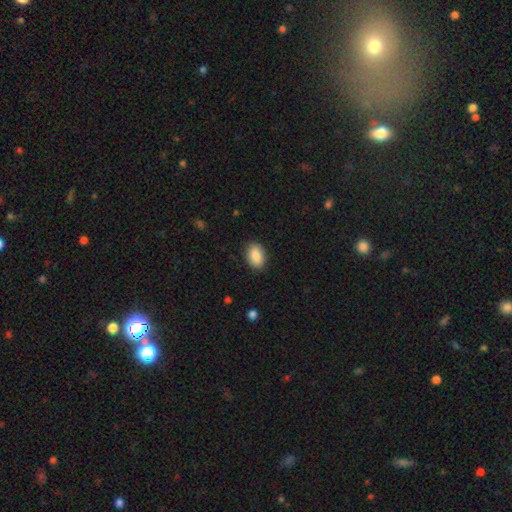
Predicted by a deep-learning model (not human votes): Q: Smooth or featured?
A: smooth (88%); runner-up: star or artifact (7%)
Q: How rounded?
A: in between (88%); runner-up: round (10%)
Q: Merging?
A: none (88%); runner-up: minor disturbance (8%)